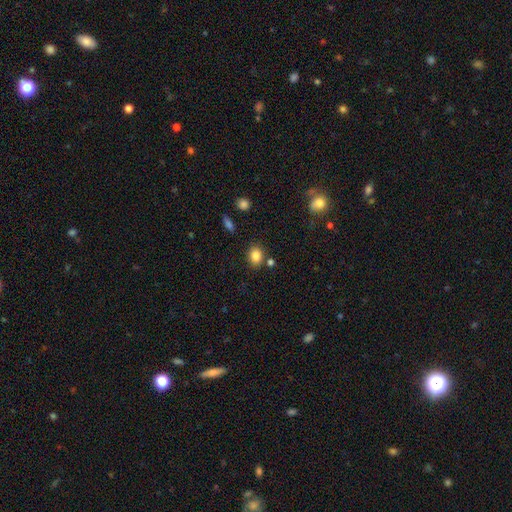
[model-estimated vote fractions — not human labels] Smooth or featured: smooth — 84% (star or artifact — 10%)
How rounded: in between — 51% (round — 48%)
Merging: none — 79% (minor disturbance — 11%)